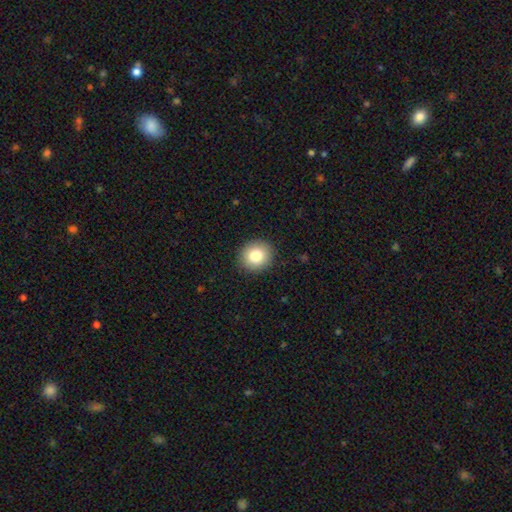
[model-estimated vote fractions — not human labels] A smooth galaxy with no disk features (82%) that is round (84%). Merging: none (91%).